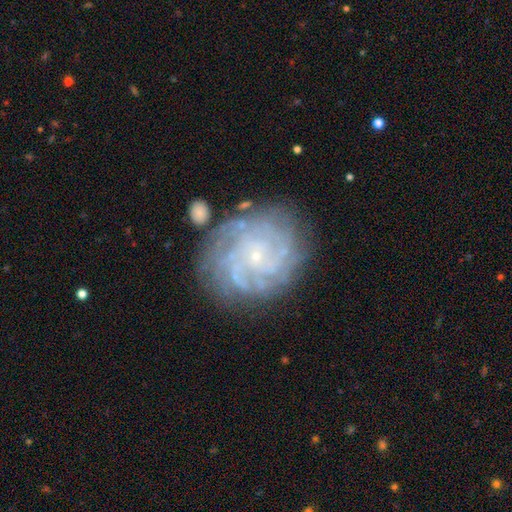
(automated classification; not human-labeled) Morphology: type=featured or disk (86%); edge-on=no (98%); bar=no (79%); spiral arms=yes (96%); winding=tight (74%); arm count=4 (28%); bulge=small (89%); merging=none (76%).